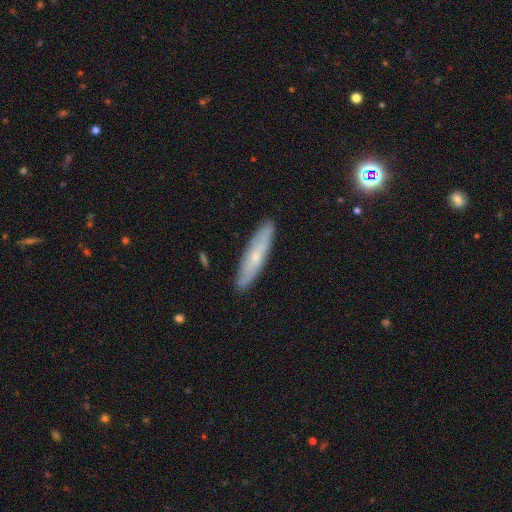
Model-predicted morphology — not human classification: Smooth or featured? Predicted: smooth (p=0.49). Merging? Predicted: none (p=0.89).